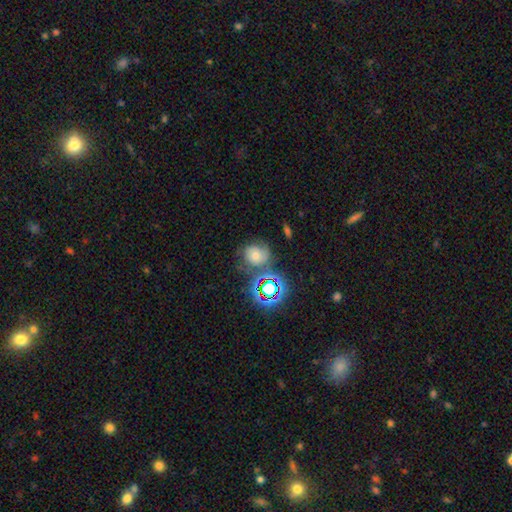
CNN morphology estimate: Overall: smooth (39%; star or artifact 31%). Merging: none (58%; minor disturbance 20%).